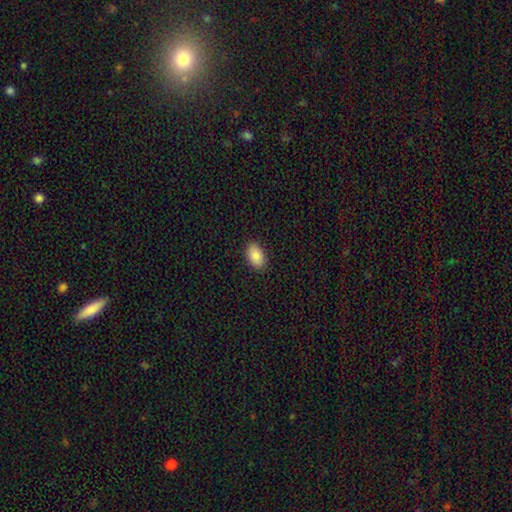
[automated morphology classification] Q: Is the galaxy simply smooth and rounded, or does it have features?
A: smooth — 87%.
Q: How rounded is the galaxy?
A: in between — 91%.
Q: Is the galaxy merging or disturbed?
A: none — 89%.